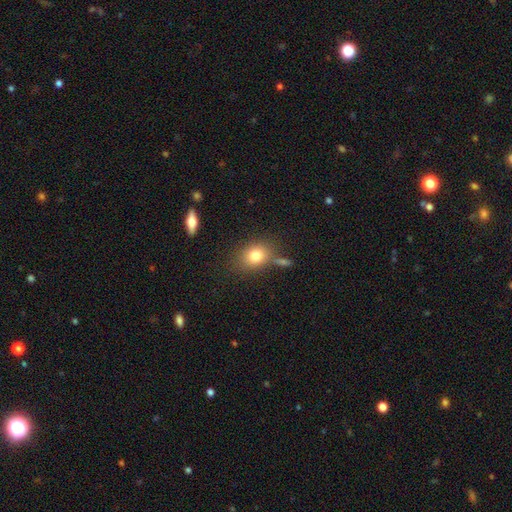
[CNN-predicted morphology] Q: Smooth or featured?
A: smooth (79%); runner-up: featured or disk (11%)
Q: How rounded?
A: in between (55%); runner-up: round (44%)
Q: Merging?
A: none (69%); runner-up: minor disturbance (14%)